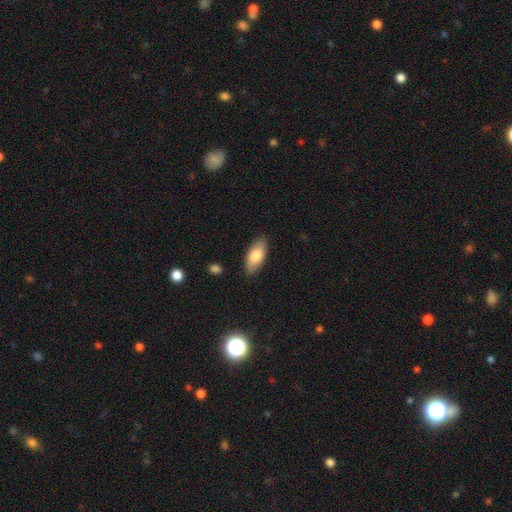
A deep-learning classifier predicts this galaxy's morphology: Smooth or featured?
  - smooth: 79% *
  - featured or disk: 15%
  - star or artifact: 6%
How rounded?
  - in between: 88% *
  - cigar-shaped: 10%
  - round: 2%
Merging?
  - none: 86% *
  - minor disturbance: 11%
  - major disturbance: 2%
  - merger: 1%